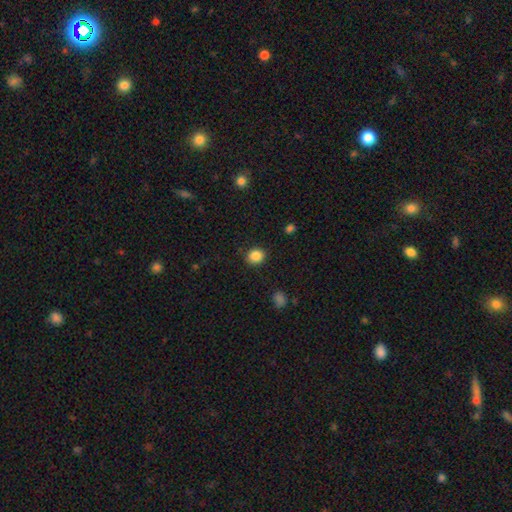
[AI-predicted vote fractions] smooth 87%, star or artifact 10%, featured or disk 4%. Down the decision tree: how rounded — round (76%); merging — none (89%).